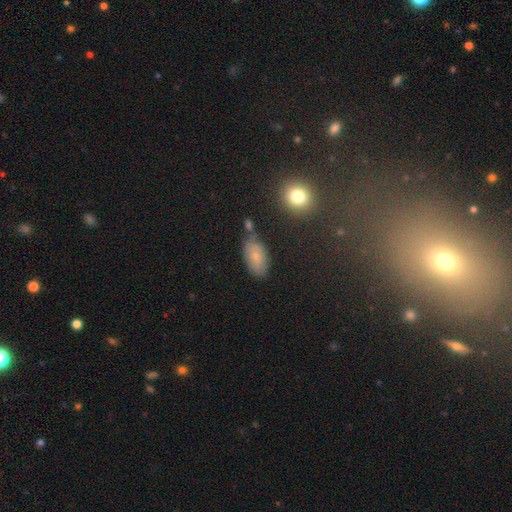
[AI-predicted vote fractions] Smooth or featured? smooth (73%)
How rounded? in between (92%)
Merging? none (63%)